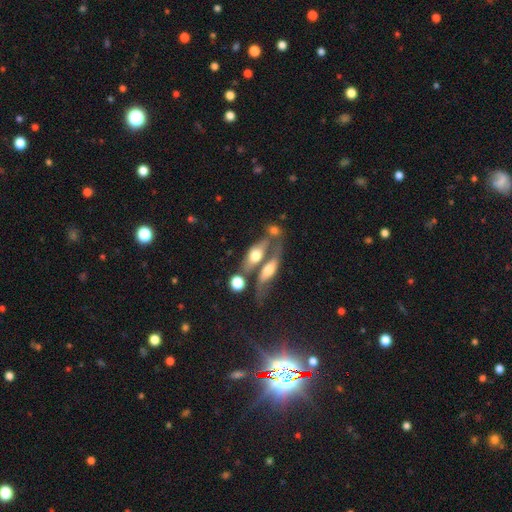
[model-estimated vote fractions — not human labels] Smooth or featured?
  - featured or disk: 46% * (tied)
  - smooth: 46% * (tied)
  - star or artifact: 8%
Merging?
  - merger: 45% *
  - none: 34%
  - minor disturbance: 12%
  - major disturbance: 9%